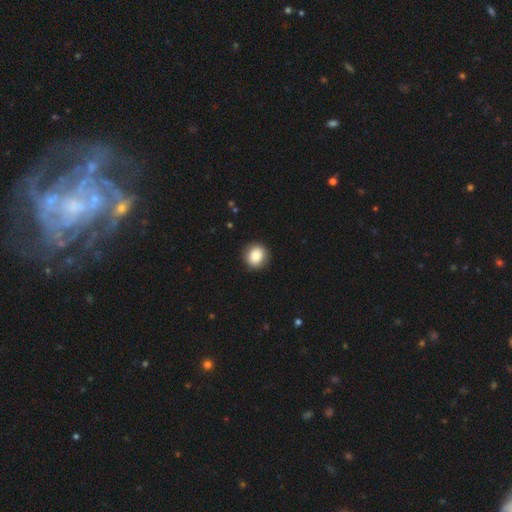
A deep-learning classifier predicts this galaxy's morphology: smooth-or-featured: smooth: 85% | star or artifact: 9% | featured or disk: 7%
  how-rounded: round: 85% | in between: 14% | cigar-shaped: 1%
  merging: none: 91% | minor disturbance: 7% | major disturbance: 2% | merger: 1%